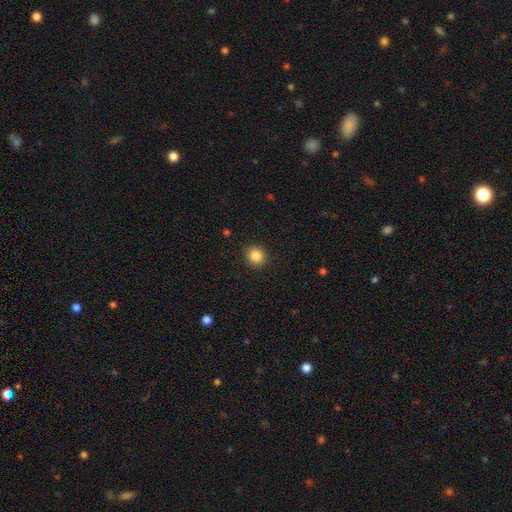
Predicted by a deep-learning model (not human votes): smooth 86%, star or artifact 10%, featured or disk 4%. Down the decision tree: how rounded — round (89%); merging — none (91%).